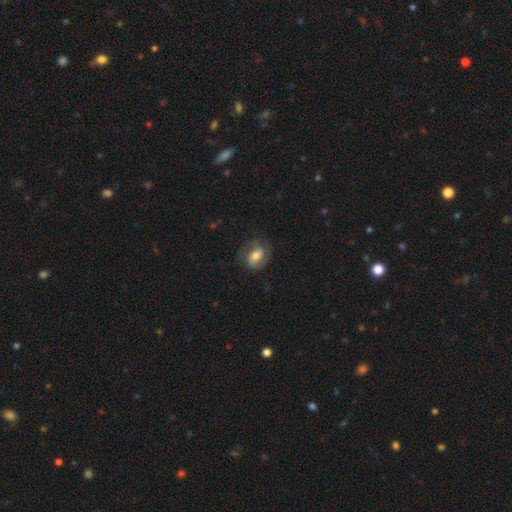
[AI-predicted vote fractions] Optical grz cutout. It shows a smooth galaxy with no disk features (49%). Merging: none (68%).